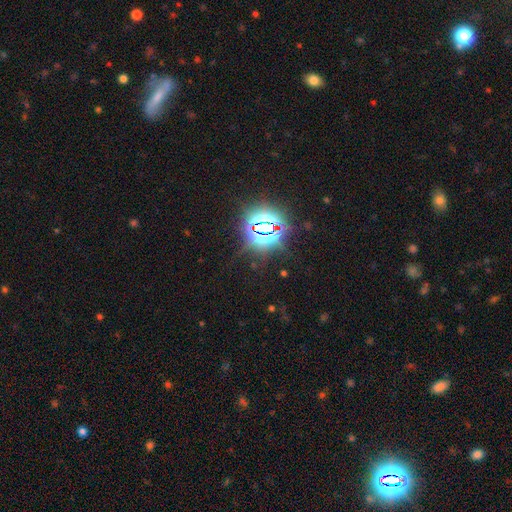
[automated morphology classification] Q: Smooth or featured?
A: star or artifact (77%); runner-up: smooth (17%)